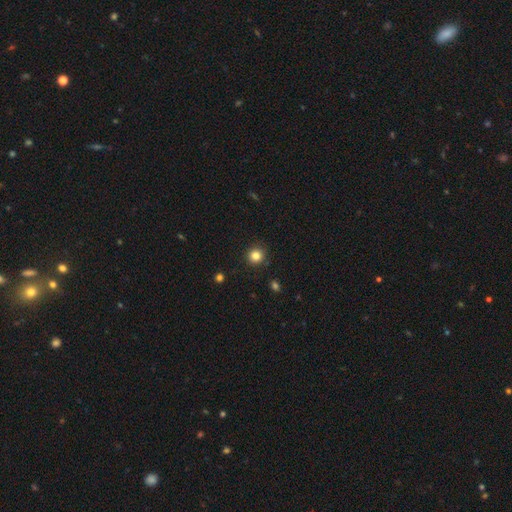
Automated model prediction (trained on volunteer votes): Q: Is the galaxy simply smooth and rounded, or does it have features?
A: smooth — 83%.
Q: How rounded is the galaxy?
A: round — 92%.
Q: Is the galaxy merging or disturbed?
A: none — 90%.